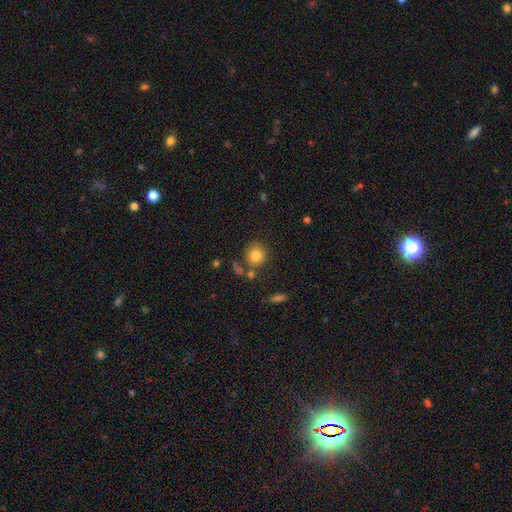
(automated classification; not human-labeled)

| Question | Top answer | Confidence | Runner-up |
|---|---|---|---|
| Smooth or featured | smooth | 80% | star or artifact (11%) |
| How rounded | round | 87% | in between (12%) |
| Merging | none | 72% | minor disturbance (12%) |